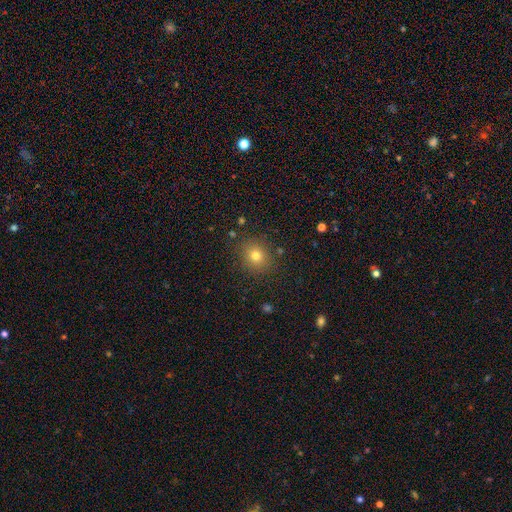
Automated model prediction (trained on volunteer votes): Smooth or featured? Predicted: smooth (p=0.75). How rounded? Predicted: round (p=0.80). Merging? Predicted: none (p=0.86).